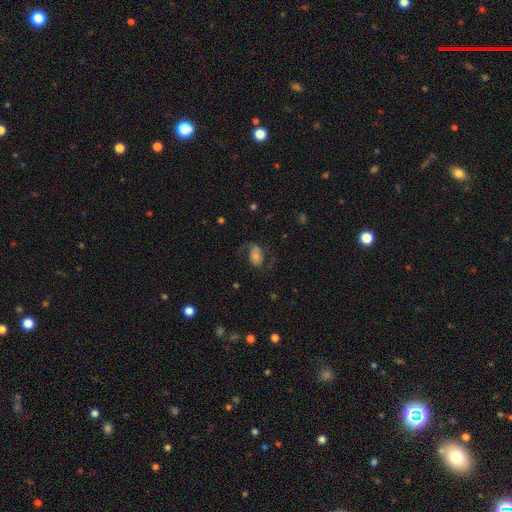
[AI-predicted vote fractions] Smooth or featured?
  - smooth: 47% *
  - featured or disk: 44%
  - star or artifact: 10%
Merging?
  - none: 60% *
  - major disturbance: 20%
  - minor disturbance: 18%
  - merger: 2%